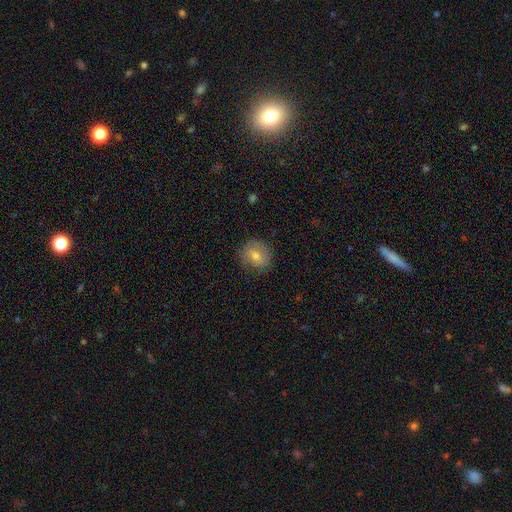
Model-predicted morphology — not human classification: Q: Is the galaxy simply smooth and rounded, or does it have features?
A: smooth — 55%.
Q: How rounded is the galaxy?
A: round — 77%.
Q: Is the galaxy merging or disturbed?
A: none — 81%.